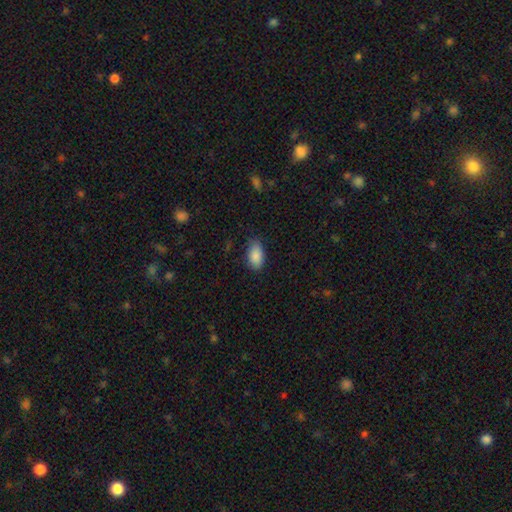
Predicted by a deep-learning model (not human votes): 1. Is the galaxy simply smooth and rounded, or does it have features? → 89% smooth, 7% star or artifact, 4% featured or disk.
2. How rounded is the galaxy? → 93% in between, 5% round, 2% cigar-shaped.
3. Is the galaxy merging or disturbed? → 75% none, 20% minor disturbance, 4% major disturbance, 1% merger.